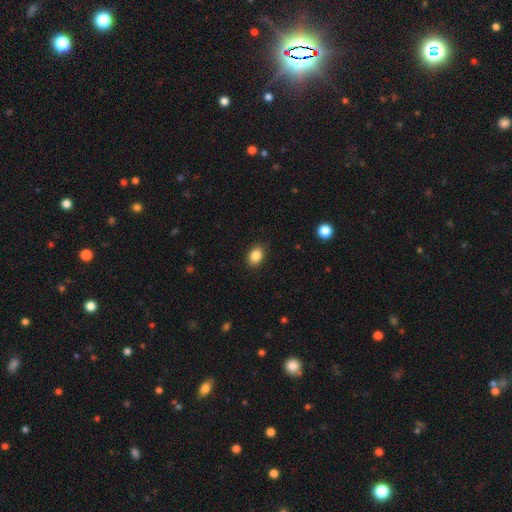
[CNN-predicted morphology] type=smooth (87%); roundness=in between (75%); merging=none (89%).